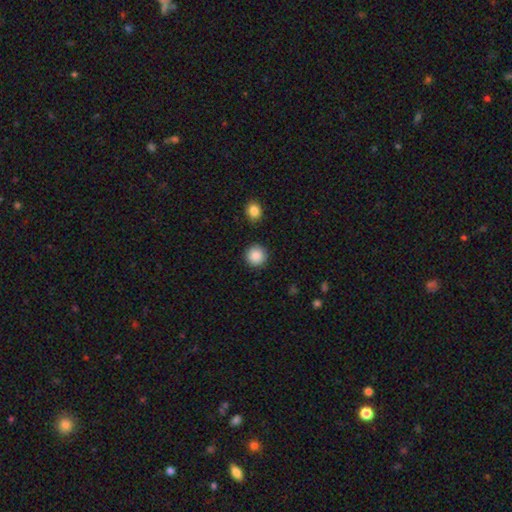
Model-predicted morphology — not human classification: type=smooth (89%); roundness=round (95%); merging=none (91%).